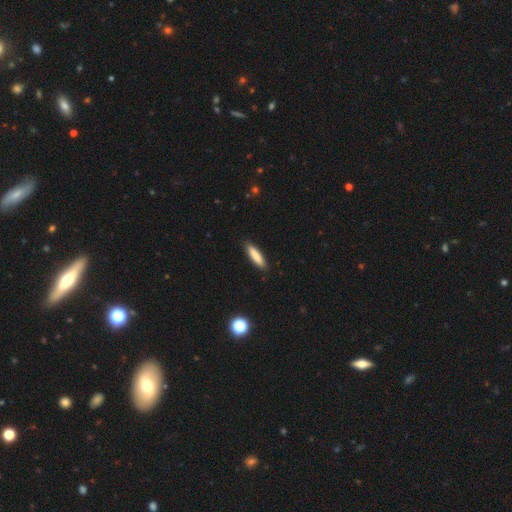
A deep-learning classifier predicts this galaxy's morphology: A smooth galaxy with no disk features (84%) that is cigar-shaped (76%).

Vote fractions:
- Smooth or featured? smooth: 84% / featured or disk: 10% / star or artifact: 6%
- How rounded? cigar-shaped: 76% / in between: 23% / round: 1%
- Merging? none: 89% / minor disturbance: 8% / major disturbance: 2% / merger: 1%